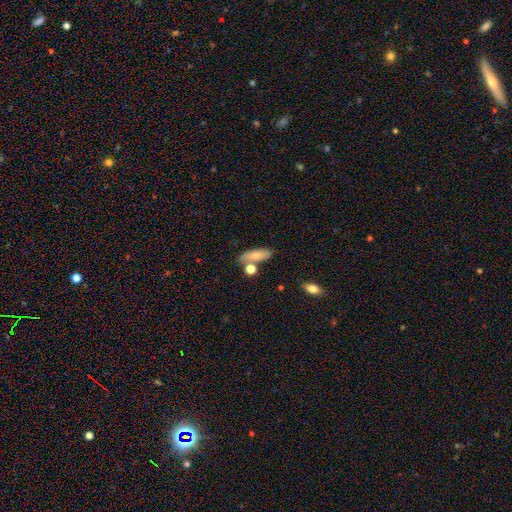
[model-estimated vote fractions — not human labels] Smooth or featured? Predicted: smooth (p=0.77). How rounded? Predicted: in between (p=0.67). Merging? Predicted: none (p=0.64).